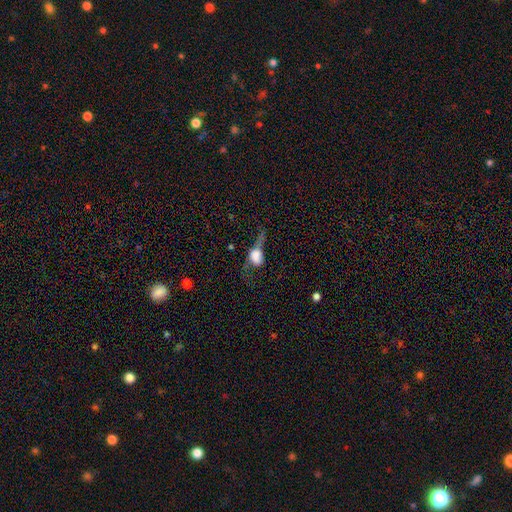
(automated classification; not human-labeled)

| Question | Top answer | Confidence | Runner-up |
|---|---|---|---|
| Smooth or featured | smooth | 58% | featured or disk (31%) |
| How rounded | in between | 66% | round (29%) |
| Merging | major disturbance | 52% | none (20%) |